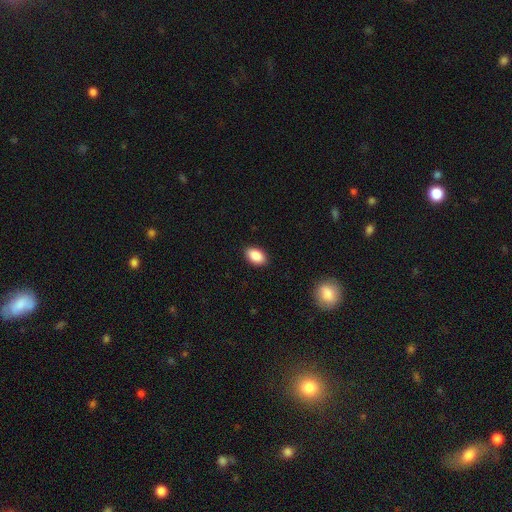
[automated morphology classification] smooth_or_featured: smooth (p=0.89) [alt: star or artifact p=0.07]
how_rounded: in between (p=0.91) [alt: round p=0.07]
merging: none (p=0.90) [alt: minor disturbance p=0.08]